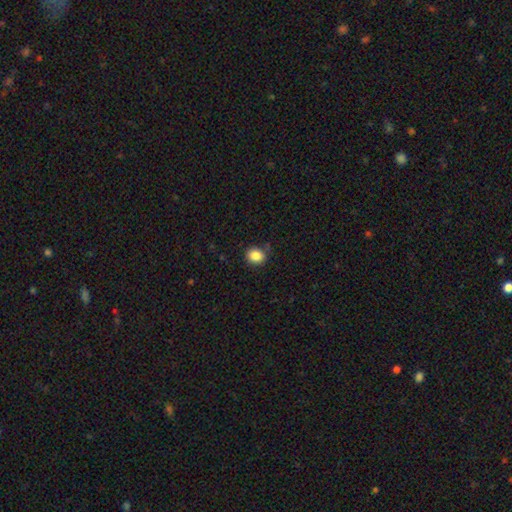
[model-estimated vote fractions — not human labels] Q: Smooth or featured?
A: smooth (86%); runner-up: star or artifact (10%)
Q: How rounded?
A: round (68%); runner-up: in between (31%)
Q: Merging?
A: none (82%); runner-up: minor disturbance (13%)